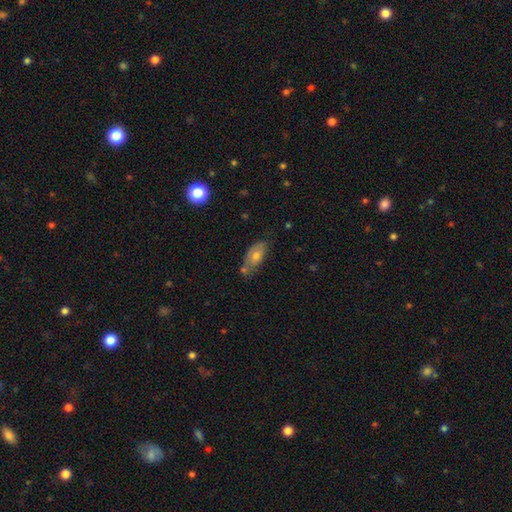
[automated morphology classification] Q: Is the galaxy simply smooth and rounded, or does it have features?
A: smooth — 63%.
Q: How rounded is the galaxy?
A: in between — 86%.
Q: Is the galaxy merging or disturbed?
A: none — 55%.